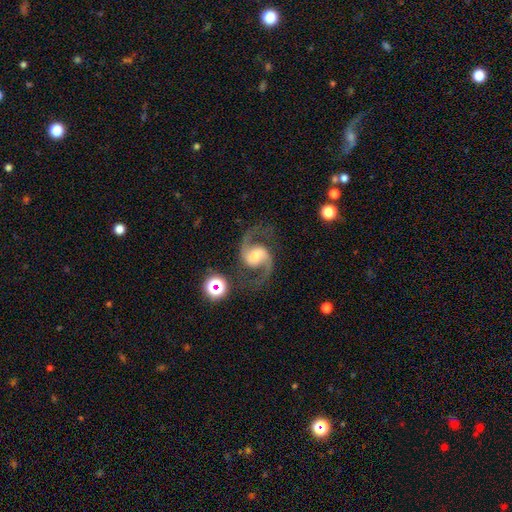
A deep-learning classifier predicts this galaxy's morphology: smooth_or_featured: featured or disk (p=0.90) [alt: star or artifact p=0.06]
disk_edge_on: no (p=0.98) [alt: yes p=0.02]
bar: weak (p=0.45) [alt: no p=0.34]
has_spiral_arms: yes (p=0.98) [alt: no p=0.02]
spiral_winding: medium (p=0.49) [alt: loose p=0.44]
spiral_arm_count: 2 (p=0.94) [alt: 1 p=0.01]
bulge_size: moderate (p=0.58) [alt: small p=0.27]
merging: none (p=0.79) [alt: minor disturbance p=0.11]